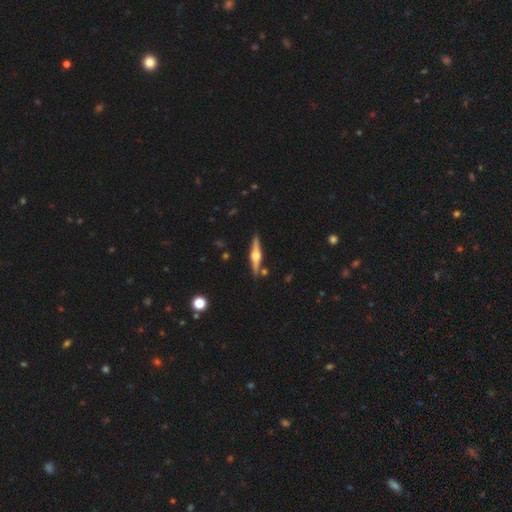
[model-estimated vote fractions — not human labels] Smooth or featured?
  - featured or disk: 78% *
  - smooth: 17%
  - star or artifact: 5%
Edge-on disk?
  - yes: 98% *
  - no: 2%
Edge-on bulge?
  - rounded: 94% *
  - boxy: 5%
  - none: 2%
Merging?
  - none: 88% *
  - minor disturbance: 8%
  - merger: 3%
  - major disturbance: 2%